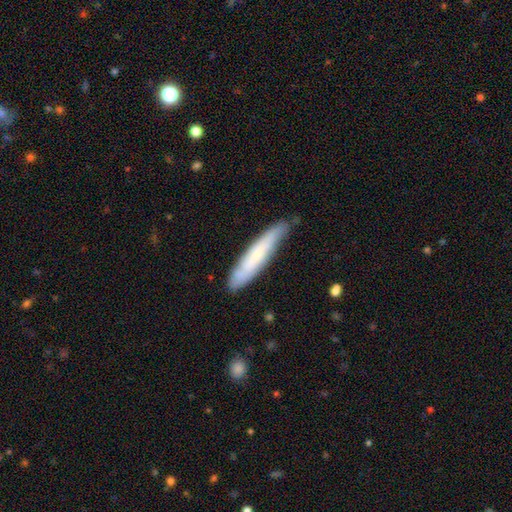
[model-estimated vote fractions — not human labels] smooth_or_featured: smooth (p=0.60) [alt: featured or disk p=0.34]
how_rounded: cigar-shaped (p=0.87) [alt: in between p=0.12]
merging: none (p=0.75) [alt: minor disturbance p=0.20]